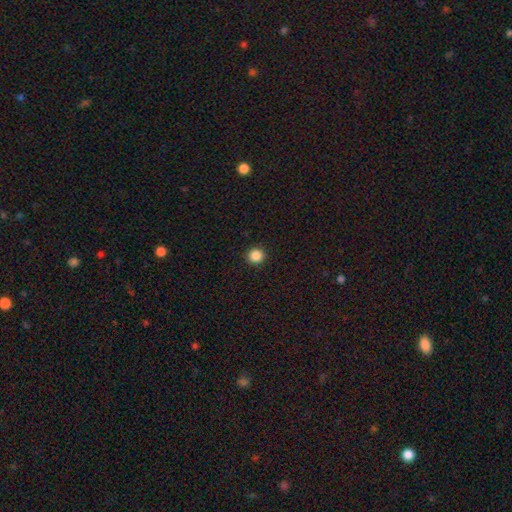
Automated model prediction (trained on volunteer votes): smooth 87%, star or artifact 11%, featured or disk 3%. Down the decision tree: how rounded — round (94%); merging — none (93%).